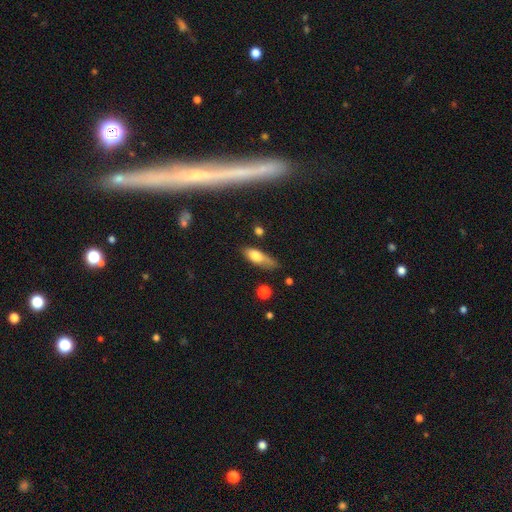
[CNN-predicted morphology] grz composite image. It shows a smooth galaxy with no disk features (73%) that is in between round and cigar-shaped (66%). Merging: none (49%).